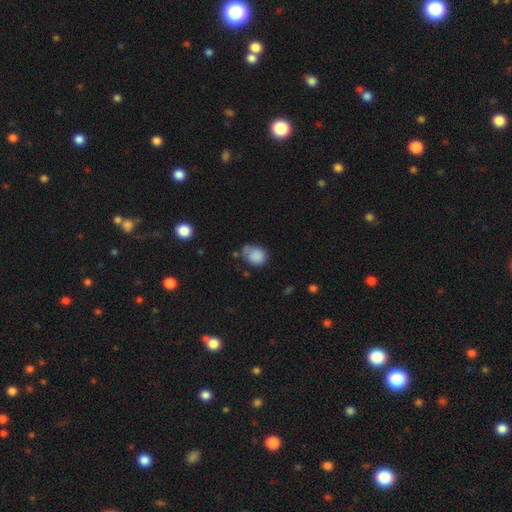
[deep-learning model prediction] smooth_or_featured: smooth (p=0.83) [alt: star or artifact p=0.09]
how_rounded: round (p=0.57) [alt: in between p=0.42]
merging: none (p=0.50) [alt: minor disturbance p=0.31]